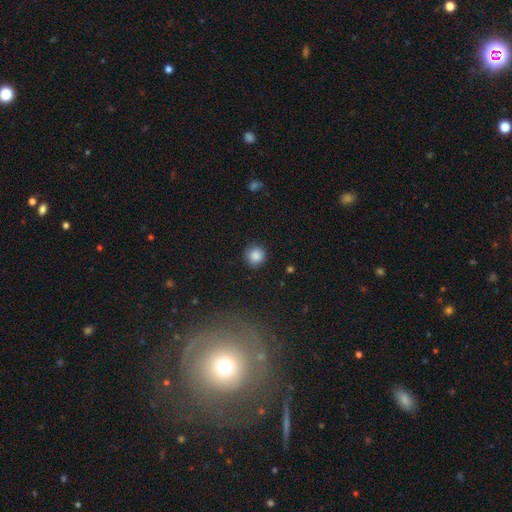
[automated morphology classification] Smooth or featured?
  - smooth: 87% *
  - star or artifact: 10%
  - featured or disk: 4%
How rounded?
  - round: 94% *
  - in between: 5%
  - cigar-shaped: 1%
Merging?
  - none: 88% *
  - minor disturbance: 9%
  - major disturbance: 2%
  - merger: 1%